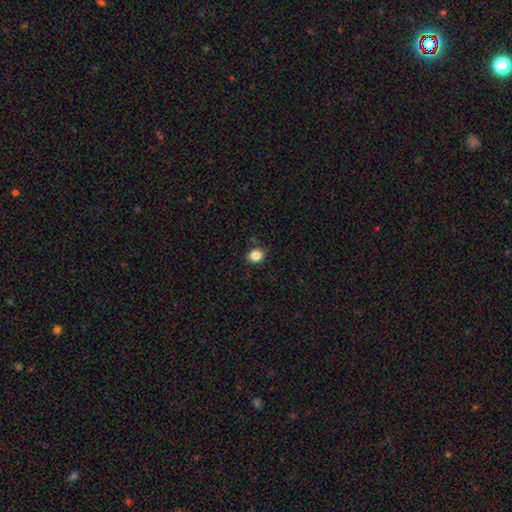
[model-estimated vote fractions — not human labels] A smooth galaxy with no disk features (85%) that is round (54%).

Vote fractions:
- Smooth or featured? smooth: 85% / star or artifact: 10% / featured or disk: 4%
- How rounded? round: 54% / in between: 45% / cigar-shaped: 1%
- Merging? none: 86% / minor disturbance: 10% / major disturbance: 2% / merger: 2%